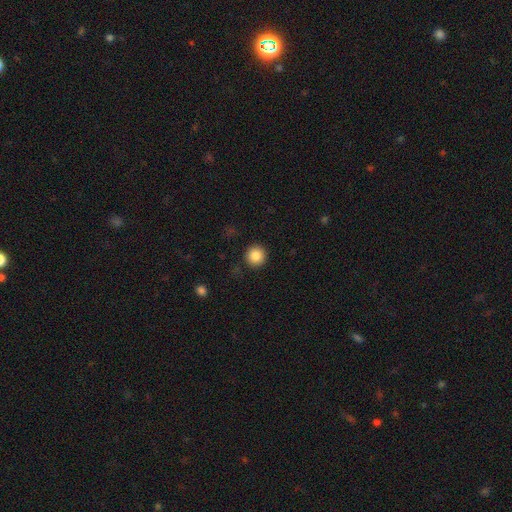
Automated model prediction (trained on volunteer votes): A smooth galaxy with no disk features (86%) that is round (94%). Merging: none (91%).